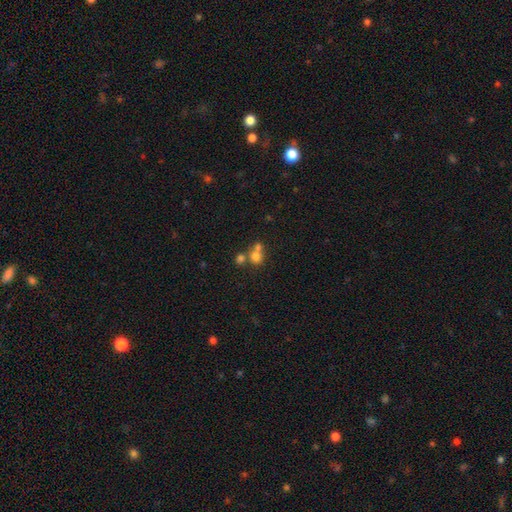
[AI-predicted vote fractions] smooth-or-featured: smooth: 71% | star or artifact: 15% | featured or disk: 14%
  how-rounded: round: 76% | in between: 23% | cigar-shaped: 1%
  merging: merger: 52% | none: 37% | minor disturbance: 7% | major disturbance: 4%